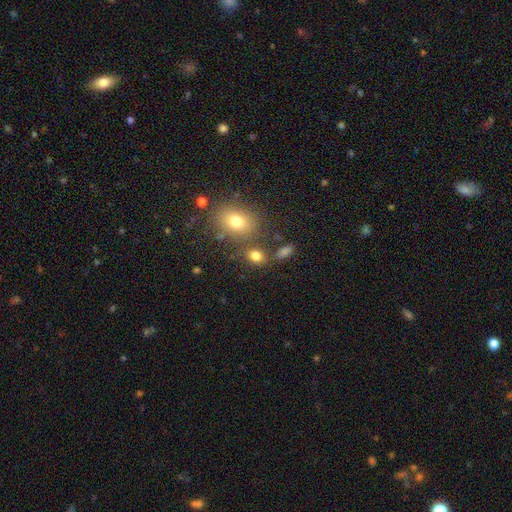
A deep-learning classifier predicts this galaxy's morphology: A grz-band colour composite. It shows a smooth galaxy with no disk features (78%) that is in between round and cigar-shaped (62%). Merging: none (68%).